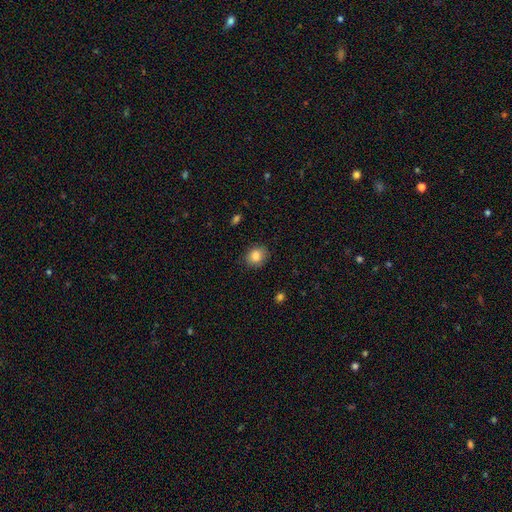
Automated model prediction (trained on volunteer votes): The model was most divided on "how rounded": round: 63%, in between: 36%, cigar-shaped: 1%. More confident: smooth or featured — smooth (85%); merging — none (84%).